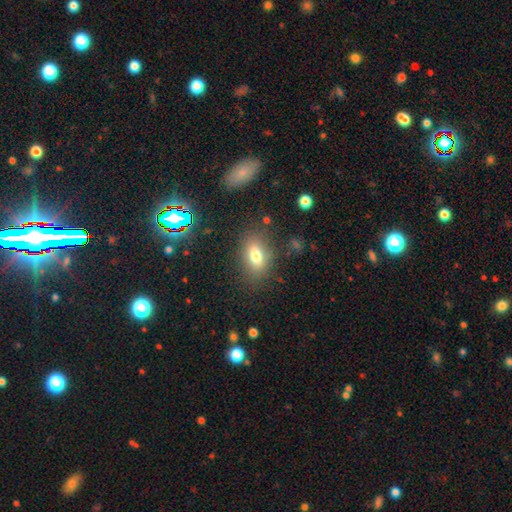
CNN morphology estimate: Smooth or featured: smooth — 72% (featured or disk — 16%)
How rounded: in between — 81% (round — 13%)
Merging: none — 80% (minor disturbance — 13%)